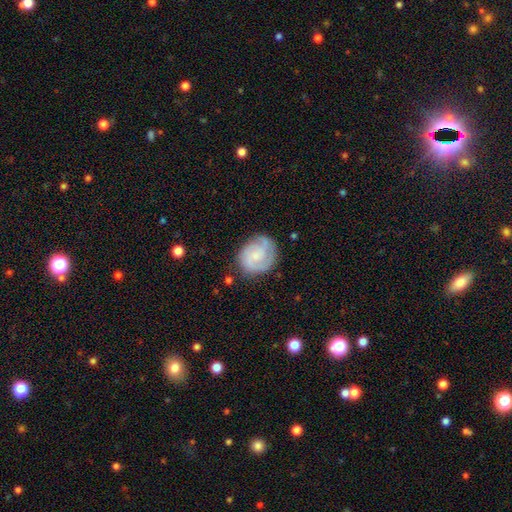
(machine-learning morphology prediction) Smooth or featured? Predicted: featured or disk (p=0.68). Edge-on disk? Predicted: no (p=0.98). Bar? Predicted: no (p=0.63). Spiral arms? Predicted: yes (p=0.92). Spiral winding? Predicted: tight (p=0.49). Spiral arm count? Predicted: 2 (p=0.45). Bulge size? Predicted: small (p=0.56). Merging? Predicted: none (p=0.72).